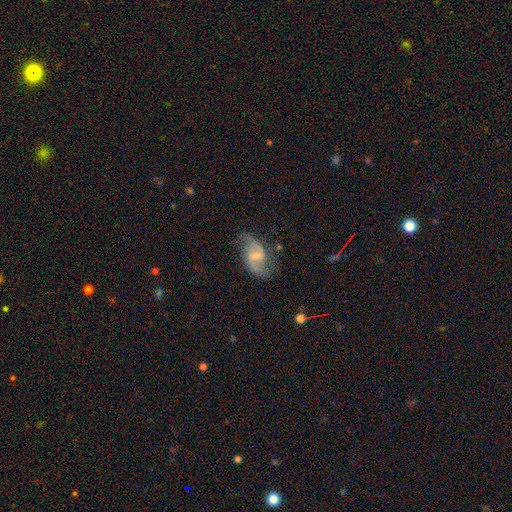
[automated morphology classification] type=featured or disk (79%); edge-on=no (97%); bar=weak (58%); spiral arms=yes (94%); winding=loose (50%); arm count=2 (90%); bulge=small (46%); merging=none (70%).